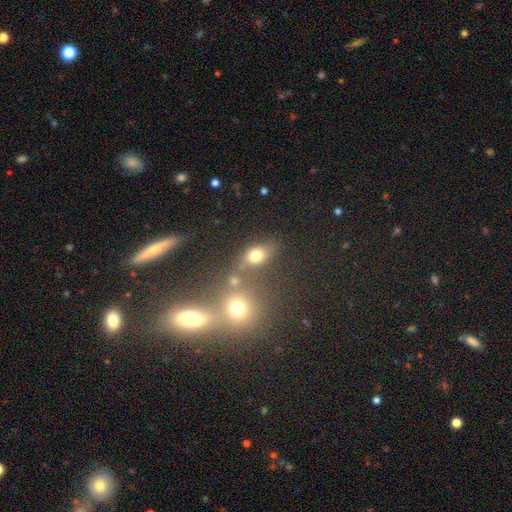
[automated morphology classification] Smooth or featured?
  - smooth: 73% *
  - star or artifact: 17%
  - featured or disk: 10%
How rounded?
  - in between: 57% *
  - round: 40%
  - cigar-shaped: 3%
Merging?
  - none: 59% *
  - merger: 22%
  - minor disturbance: 13%
  - major disturbance: 7%